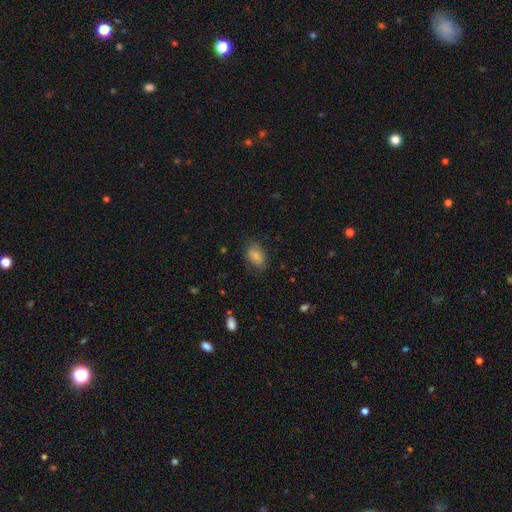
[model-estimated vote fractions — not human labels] Smooth or featured: smooth — 77% (featured or disk — 15%)
How rounded: in between — 83% (round — 15%)
Merging: none — 72% (minor disturbance — 20%)